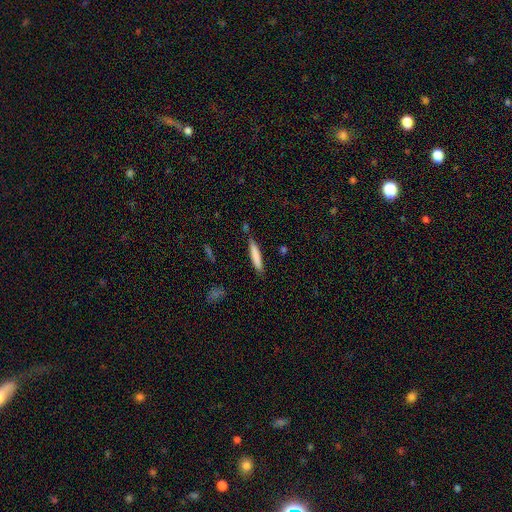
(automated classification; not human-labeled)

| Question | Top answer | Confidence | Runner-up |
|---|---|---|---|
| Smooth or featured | smooth | 79% | featured or disk (15%) |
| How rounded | cigar-shaped | 91% | in between (8%) |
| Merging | none | 78% | minor disturbance (15%) |